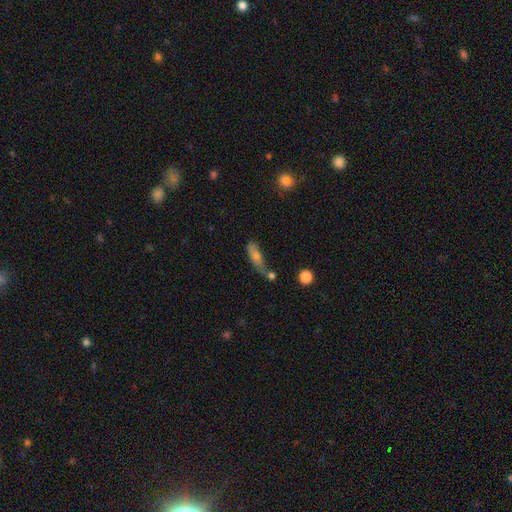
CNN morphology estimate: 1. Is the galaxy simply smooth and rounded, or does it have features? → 60% smooth, 30% featured or disk, 11% star or artifact.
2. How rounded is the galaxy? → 56% in between, 39% cigar-shaped, 5% round.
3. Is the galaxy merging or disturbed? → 34% none, 24% minor disturbance, 24% merger, 18% major disturbance.